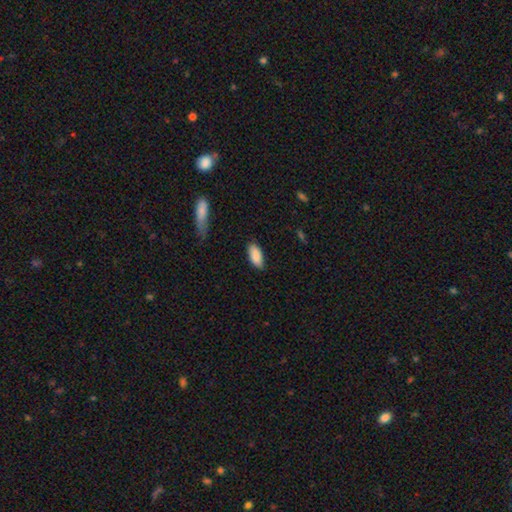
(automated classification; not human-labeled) The model was most divided on "merging": none: 79%, minor disturbance: 17%, major disturbance: 3%, merger: 2%. More confident: how rounded — in between (89%); smooth or featured — smooth (88%).